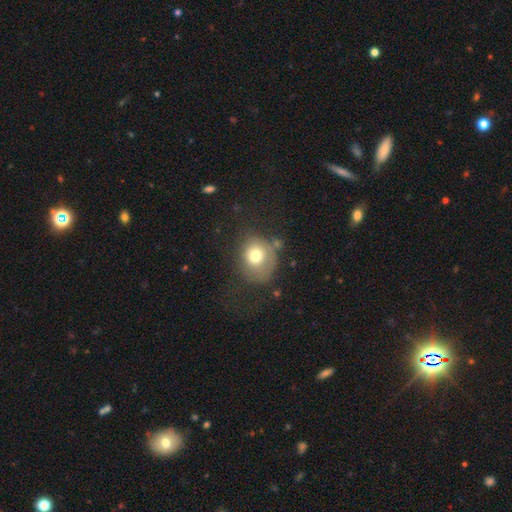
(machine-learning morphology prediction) smooth_or_featured: smooth (p=0.72) [alt: featured or disk p=0.18]
how_rounded: round (p=0.70) [alt: in between p=0.29]
merging: none (p=0.49) [alt: minor disturbance p=0.26]